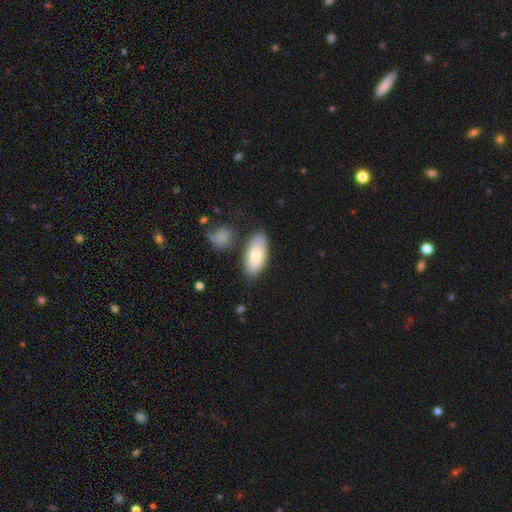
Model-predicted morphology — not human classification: Overall: smooth (79%). How rounded: in between (89%). Merging: none (74%).